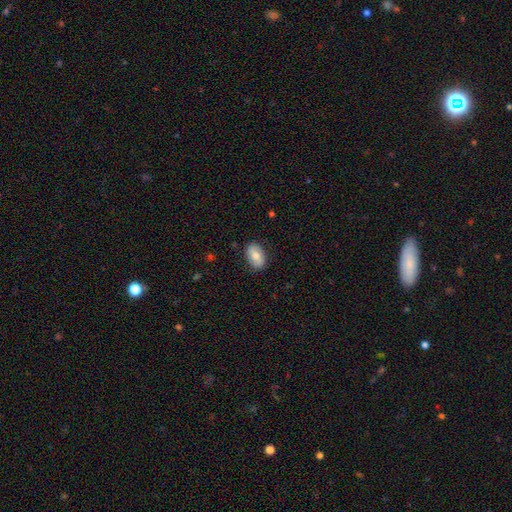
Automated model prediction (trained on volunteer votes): smooth-or-featured: smooth: 73% | featured or disk: 21% | star or artifact: 7%
  how-rounded: in between: 90% | round: 8% | cigar-shaped: 1%
  merging: none: 84% | minor disturbance: 12% | major disturbance: 3% | merger: 1%